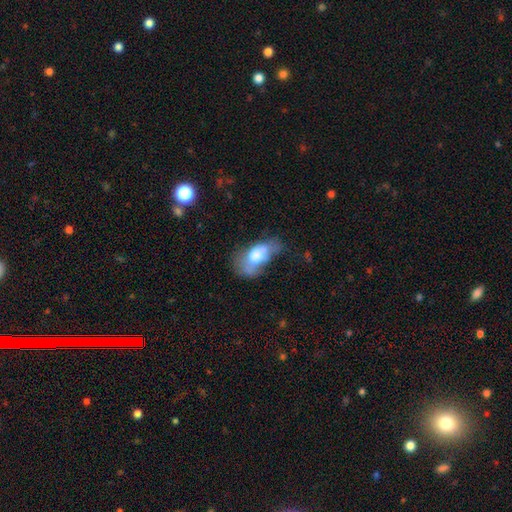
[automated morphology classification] smooth 58%, featured or disk 33%, star or artifact 9%. Down the decision tree: how rounded — in between (89%); merging — major disturbance (34%).